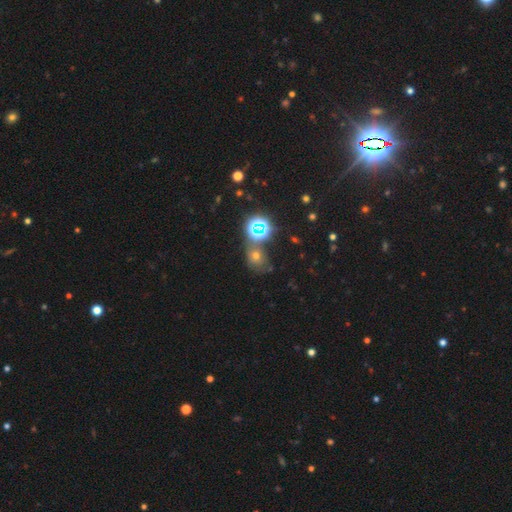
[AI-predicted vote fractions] Smooth or featured? Predicted: smooth (p=0.46). Merging? Predicted: none (p=0.59).